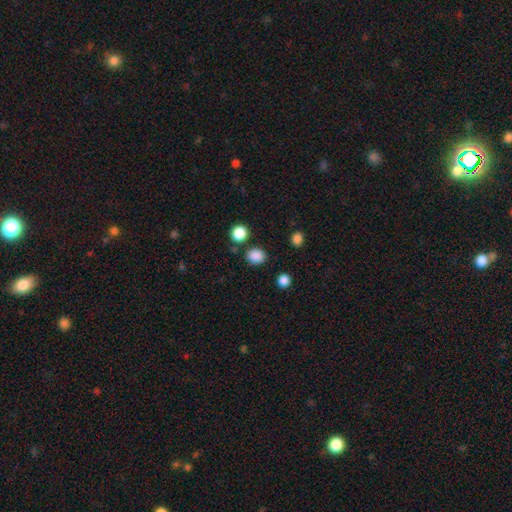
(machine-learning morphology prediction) smooth-or-featured: smooth: 85% | star or artifact: 12% | featured or disk: 3%
  how-rounded: round: 68% | in between: 31% | cigar-shaped: 1%
  merging: none: 82% | minor disturbance: 9% | merger: 5% | major disturbance: 3%